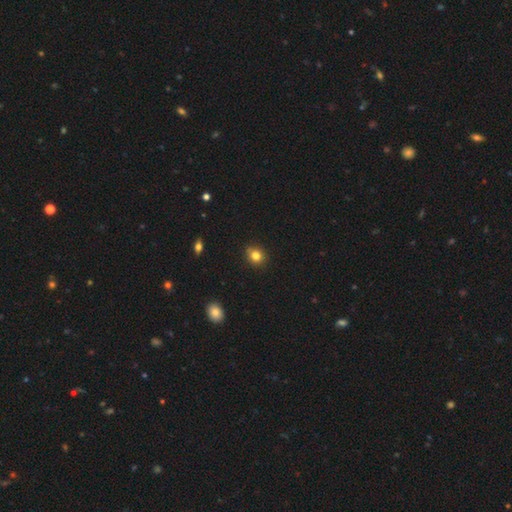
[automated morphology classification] smooth-or-featured: smooth: 81% | star or artifact: 12% | featured or disk: 6%
  how-rounded: round: 74% | in between: 25% | cigar-shaped: 1%
  merging: none: 86% | minor disturbance: 10% | major disturbance: 2% | merger: 1%